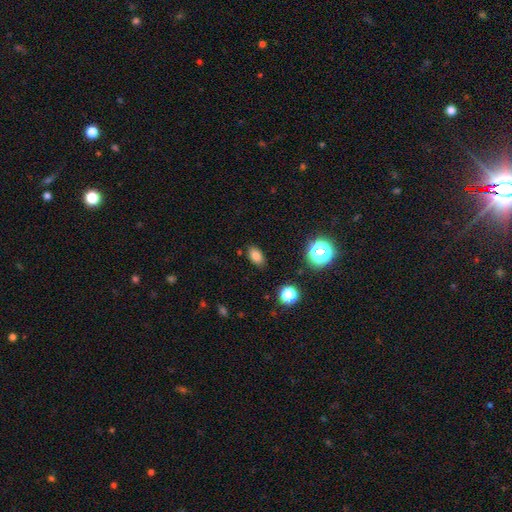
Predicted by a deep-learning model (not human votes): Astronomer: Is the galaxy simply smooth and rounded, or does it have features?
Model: smooth — 79%.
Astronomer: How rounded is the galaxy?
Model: in between — 85%.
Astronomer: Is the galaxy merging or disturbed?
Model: none — 86%.